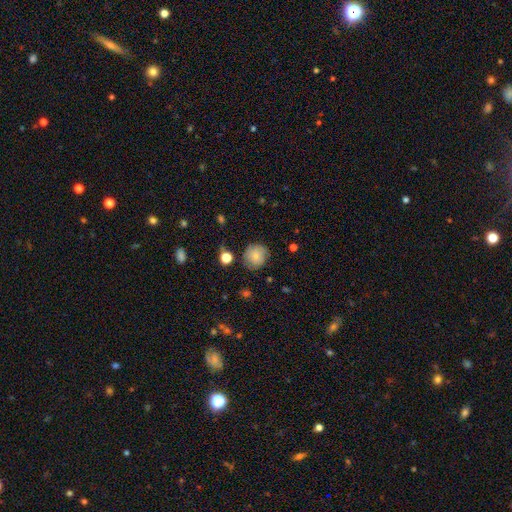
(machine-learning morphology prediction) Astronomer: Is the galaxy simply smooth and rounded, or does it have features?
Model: smooth — 76%.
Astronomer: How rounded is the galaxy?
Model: round — 88%.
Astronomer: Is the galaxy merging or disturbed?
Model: none — 73%.